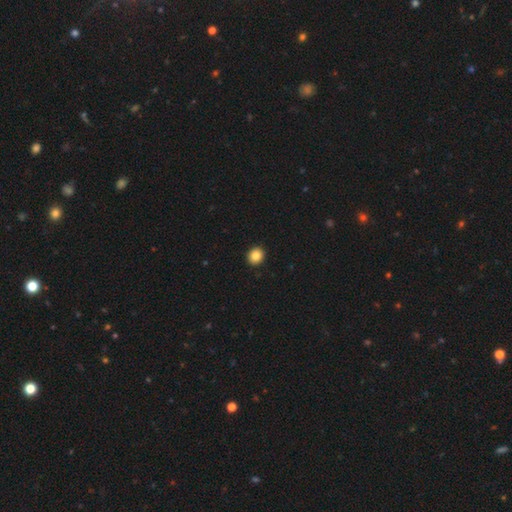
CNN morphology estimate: Smooth or featured?
  - smooth: 85% *
  - star or artifact: 10%
  - featured or disk: 5%
How rounded?
  - round: 82% *
  - in between: 17%
  - cigar-shaped: 1%
Merging?
  - none: 93% *
  - minor disturbance: 4%
  - major disturbance: 1%
  - merger: 1%